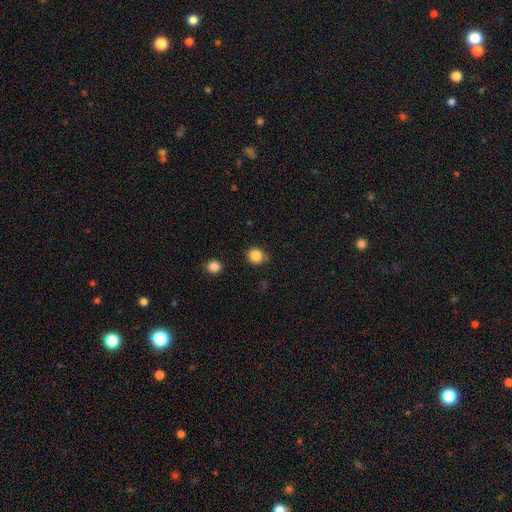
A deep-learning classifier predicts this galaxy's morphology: smooth 86%, star or artifact 10%, featured or disk 4%. Down the decision tree: how rounded — round (86%); merging — none (81%).